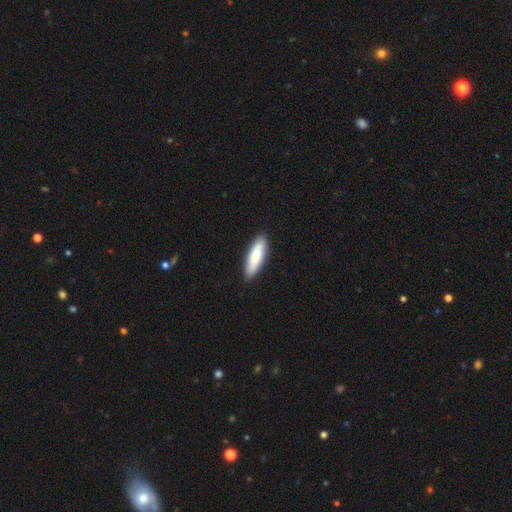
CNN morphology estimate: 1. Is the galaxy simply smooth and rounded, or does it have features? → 79% smooth, 16% featured or disk, 5% star or artifact.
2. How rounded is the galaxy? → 53% cigar-shaped, 45% in between, 2% round.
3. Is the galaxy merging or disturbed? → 89% none, 9% minor disturbance, 2% major disturbance, 1% merger.